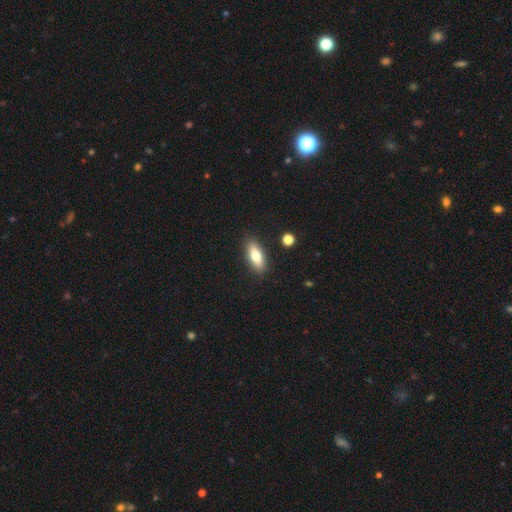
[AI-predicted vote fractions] This appears to be a smooth galaxy with no disk features (72%) that is in between round and cigar-shaped (73%). Merging: none (87%).